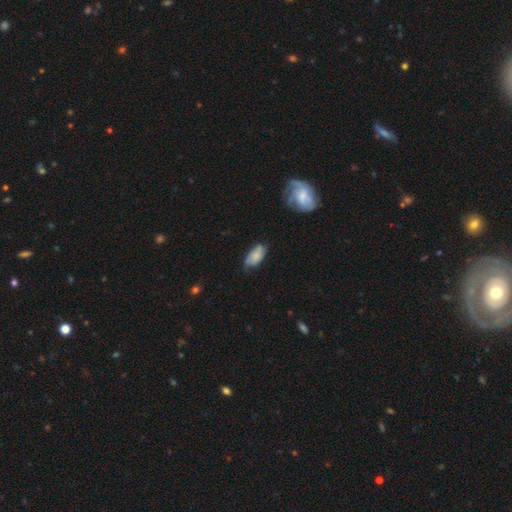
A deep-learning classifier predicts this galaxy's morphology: type=smooth (69%); roundness=in between (90%); merging=none (59%).